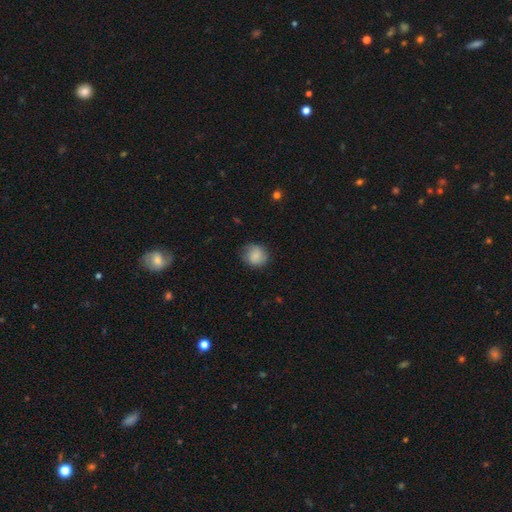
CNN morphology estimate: Q: Smooth or featured?
A: smooth (82%); runner-up: featured or disk (11%)
Q: How rounded?
A: round (79%); runner-up: in between (20%)
Q: Merging?
A: none (71%); runner-up: minor disturbance (23%)